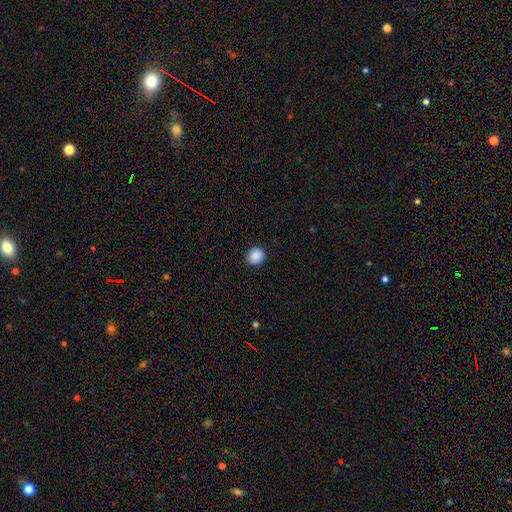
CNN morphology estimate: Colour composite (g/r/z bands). It shows a smooth galaxy with no disk features (89%) that is round (87%). Merging: none (91%).